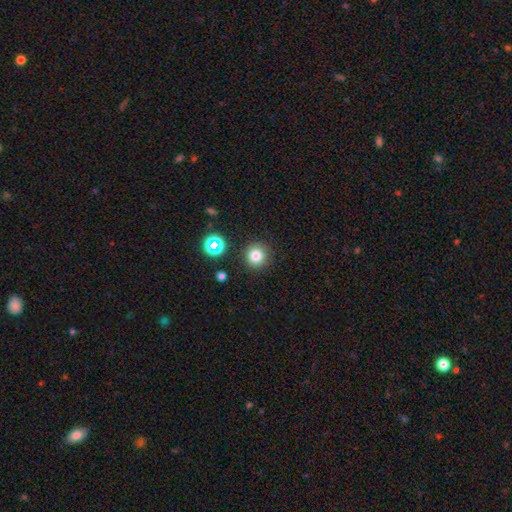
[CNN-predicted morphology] Smooth or featured? smooth (79%)
How rounded? round (94%)
Merging? none (89%)